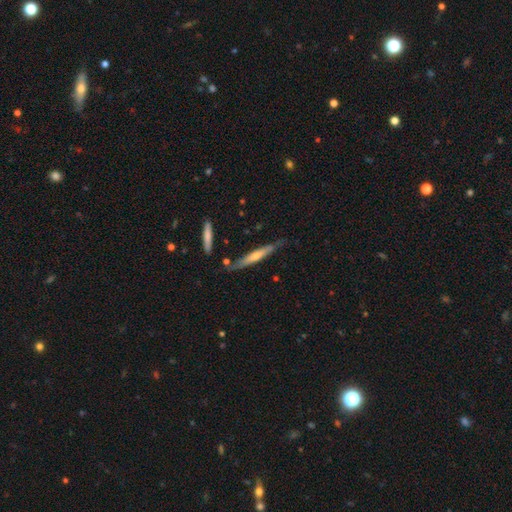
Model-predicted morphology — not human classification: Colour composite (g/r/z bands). It shows a featured or disk galaxy (52%) viewed edge-on (90%). Merging: none (73%).